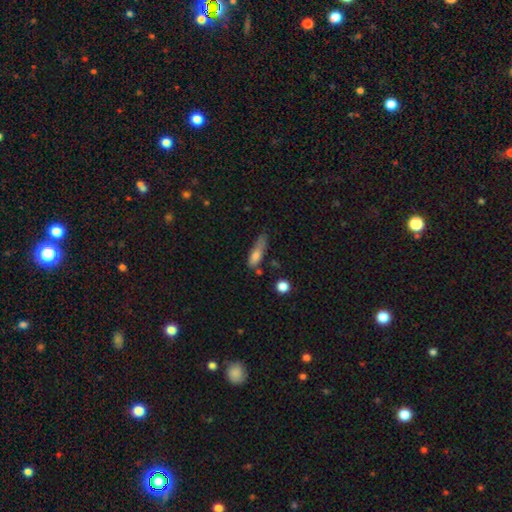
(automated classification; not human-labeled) Q: Smooth or featured?
A: smooth (76%); runner-up: featured or disk (16%)
Q: How rounded?
A: cigar-shaped (51%); runner-up: in between (45%)
Q: Merging?
A: minor disturbance (38%); runner-up: none (35%)